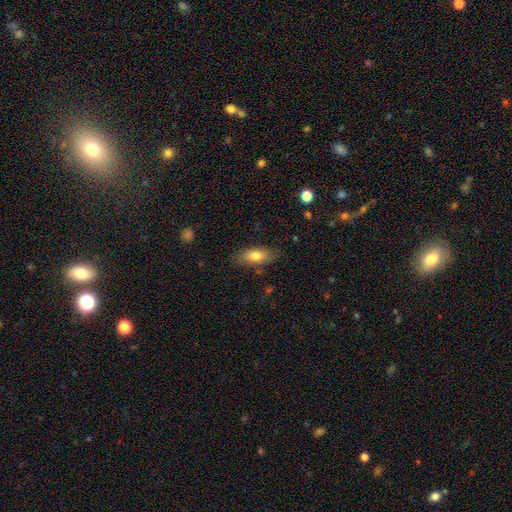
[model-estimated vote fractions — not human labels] smooth_or_featured: smooth (p=0.75) [alt: featured or disk p=0.18]
how_rounded: in between (p=0.82) [alt: cigar-shaped p=0.15]
merging: none (p=0.81) [alt: minor disturbance p=0.14]